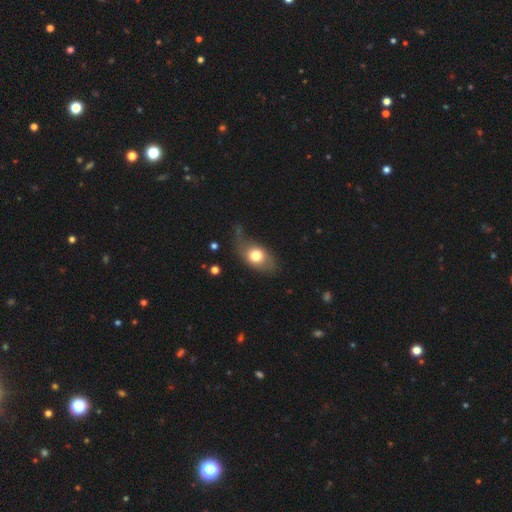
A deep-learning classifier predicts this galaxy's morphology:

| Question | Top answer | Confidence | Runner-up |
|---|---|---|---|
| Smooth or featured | smooth | 72% | featured or disk (20%) |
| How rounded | in between | 74% | round (23%) |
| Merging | none | 47% | minor disturbance (29%) |